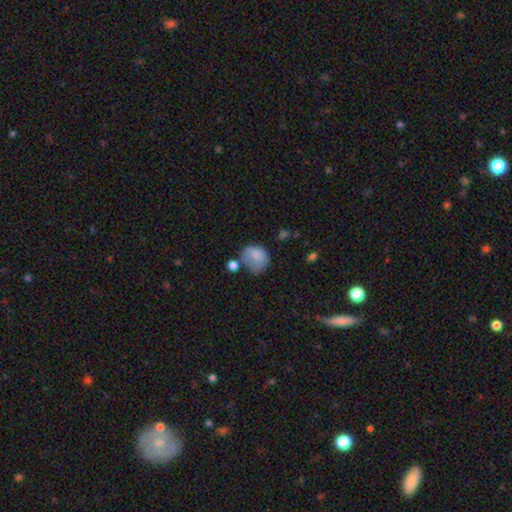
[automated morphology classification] Smooth or featured: smooth — 76% (featured or disk — 14%)
How rounded: round — 59% (in between — 40%)
Merging: none — 38% (minor disturbance — 30%)